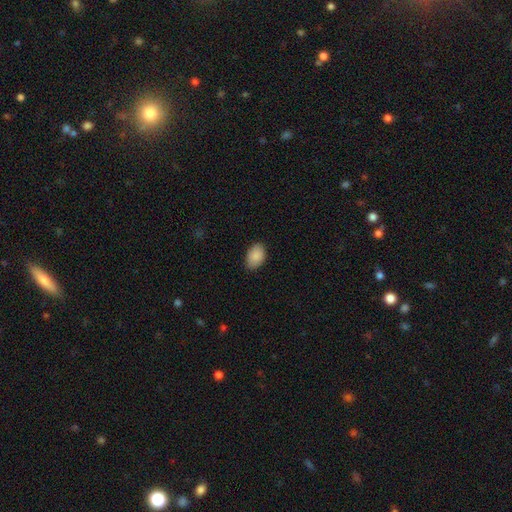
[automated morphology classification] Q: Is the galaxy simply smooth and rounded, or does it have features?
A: smooth — 88%.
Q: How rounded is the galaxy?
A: in between — 89%.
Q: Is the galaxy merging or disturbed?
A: none — 83%.